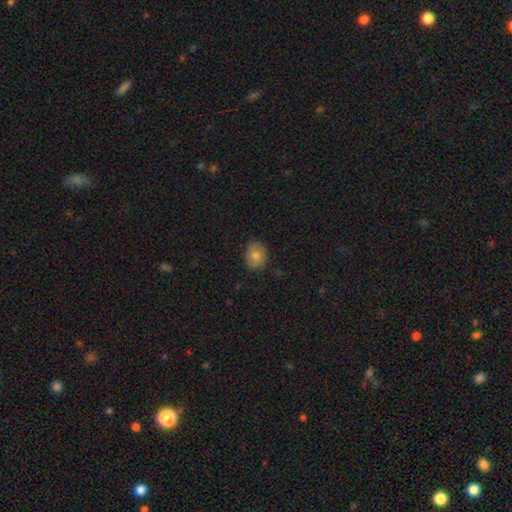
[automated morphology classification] Q: Smooth or featured?
A: smooth (75%); runner-up: featured or disk (16%)
Q: How rounded?
A: round (55%); runner-up: in between (44%)
Q: Merging?
A: none (84%); runner-up: minor disturbance (13%)